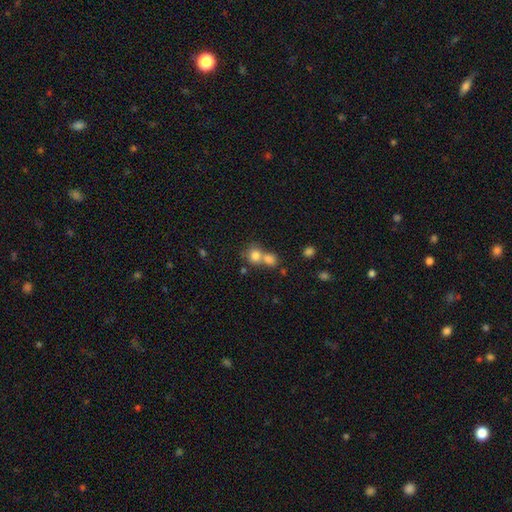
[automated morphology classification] Q: Smooth or featured?
A: smooth (78%); runner-up: star or artifact (11%)
Q: How rounded?
A: round (80%); runner-up: in between (19%)
Q: Merging?
A: merger (54%); runner-up: none (37%)